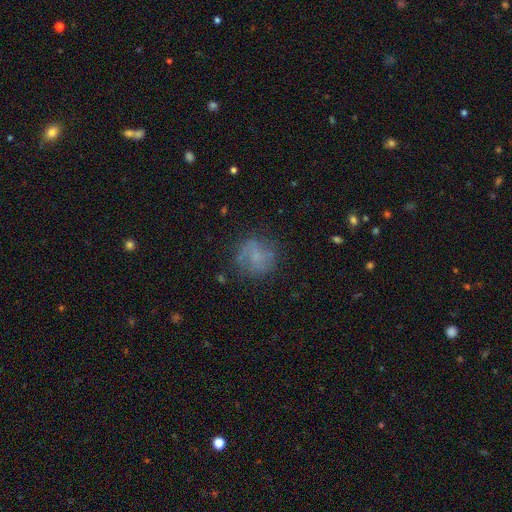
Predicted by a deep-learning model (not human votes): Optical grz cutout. It shows a smooth galaxy with no disk features (53%) that is round (83%). Merging: none (69%).